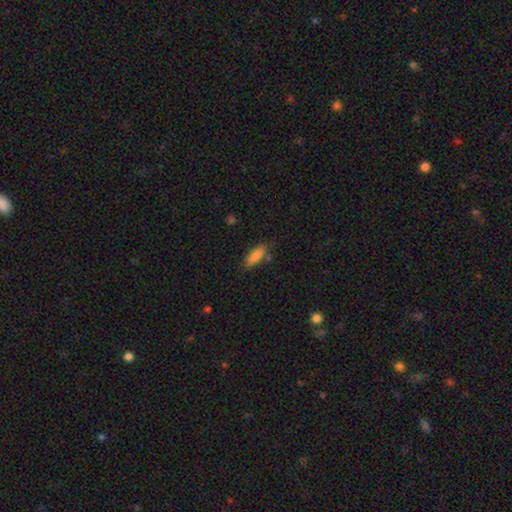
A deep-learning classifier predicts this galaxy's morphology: This is clearly a smooth galaxy (83%). How rounded: possibly in between (57%). Merging: likely none (75%).